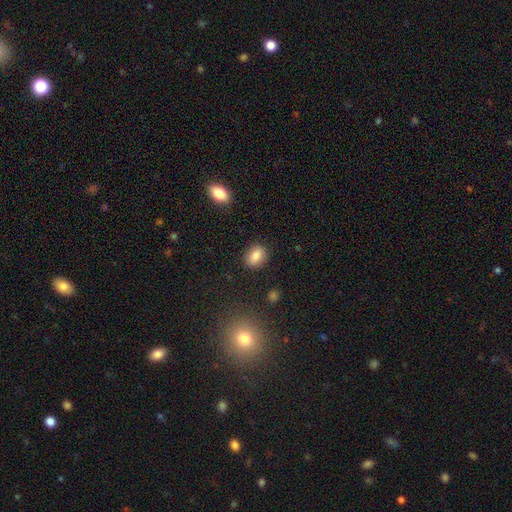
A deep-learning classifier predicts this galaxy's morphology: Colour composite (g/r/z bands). It shows a smooth galaxy with no disk features (84%) that is in between round and cigar-shaped (67%). Merging: none (87%).